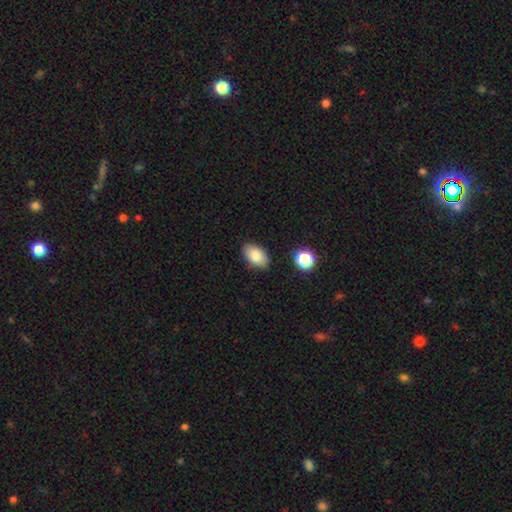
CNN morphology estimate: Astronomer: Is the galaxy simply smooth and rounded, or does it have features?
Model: smooth — 84%.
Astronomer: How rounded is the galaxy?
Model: in between — 91%.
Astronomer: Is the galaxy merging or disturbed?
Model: none — 86%.